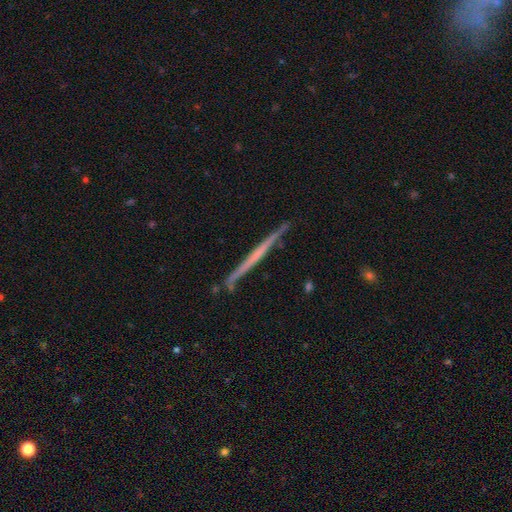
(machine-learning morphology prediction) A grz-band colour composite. It shows a featured or disk galaxy (64%) viewed edge-on (97%) with no central bulge (85%). Merging: none (83%).